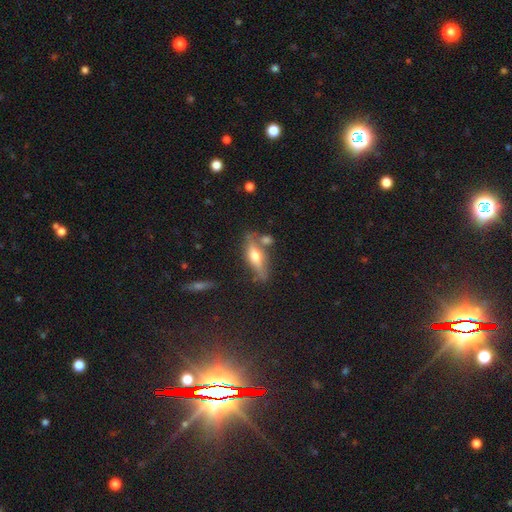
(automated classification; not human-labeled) Q: Smooth or featured?
A: featured or disk (53%); runner-up: smooth (39%)
Q: Edge-on disk?
A: yes (86%); runner-up: no (14%)
Q: Merging?
A: none (65%); runner-up: minor disturbance (15%)